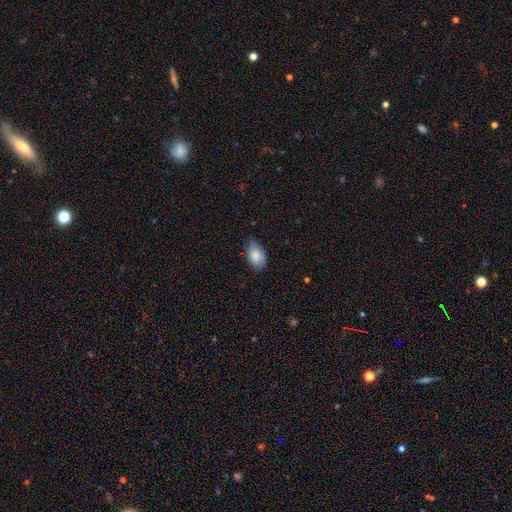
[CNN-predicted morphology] type=smooth (85%); roundness=in between (87%); merging=none (63%).